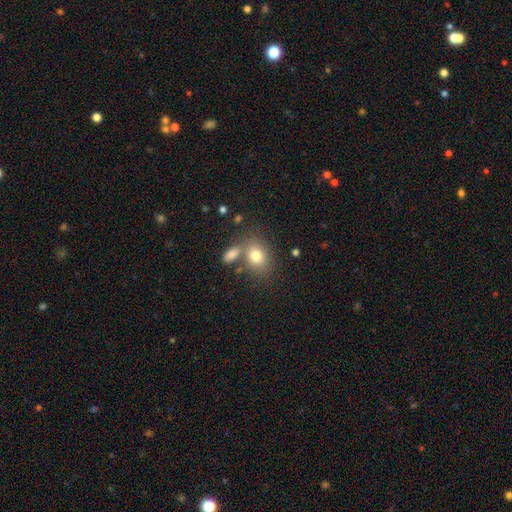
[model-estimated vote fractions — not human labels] Smooth or featured?
  - smooth: 78% *
  - featured or disk: 12%
  - star or artifact: 10%
How rounded?
  - in between: 67% *
  - round: 32%
  - cigar-shaped: 2%
Merging?
  - none: 57% *
  - merger: 26%
  - minor disturbance: 12%
  - major disturbance: 5%